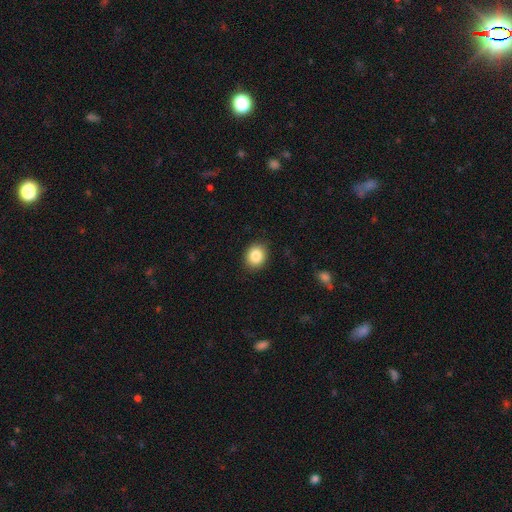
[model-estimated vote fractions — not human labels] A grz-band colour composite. It shows a smooth galaxy with no disk features (85%) that is round (68%). Merging: none (90%).